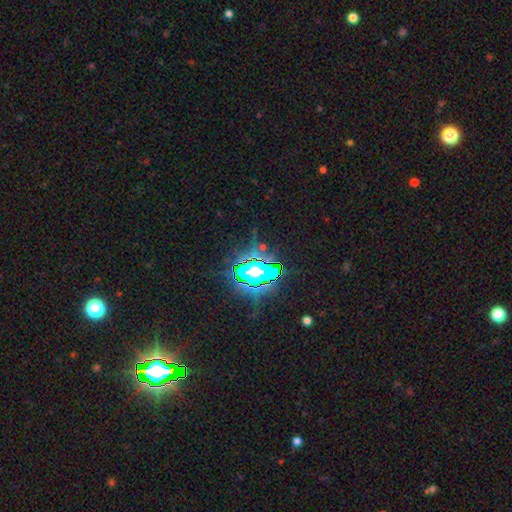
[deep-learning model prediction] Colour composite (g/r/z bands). It shows a star or artifact, not a galaxy (68%).